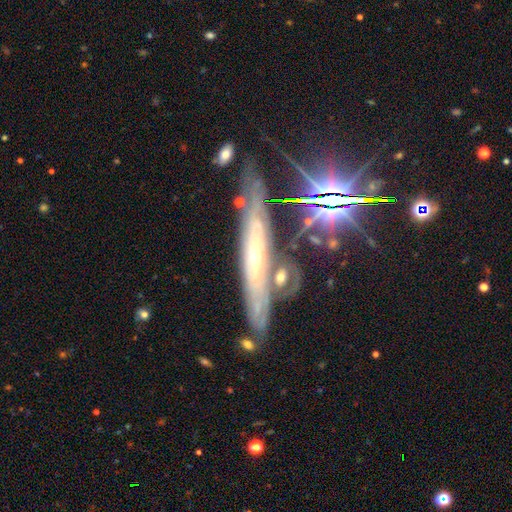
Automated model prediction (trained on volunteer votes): A featured or disk galaxy (63%) viewed edge-on (64%). Merging: none (74%).